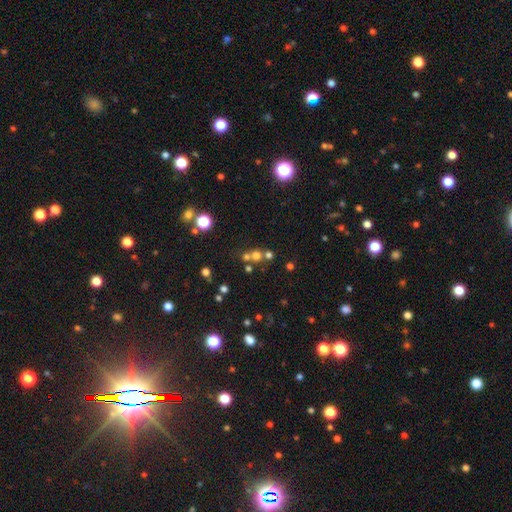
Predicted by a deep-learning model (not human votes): Morphology: type=smooth (57%); roundness=round (87%); merging=none (53%).